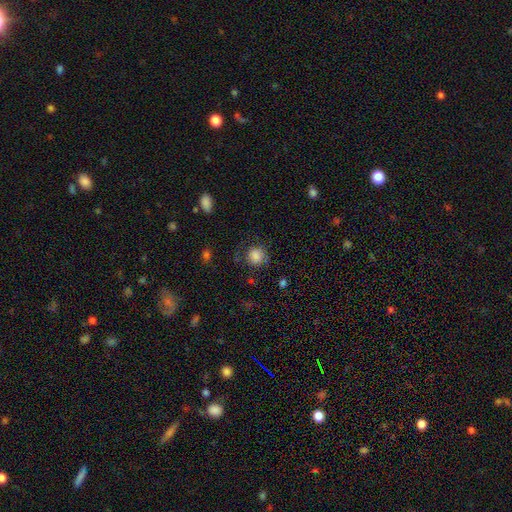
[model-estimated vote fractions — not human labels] smooth-or-featured: smooth: 80% | star or artifact: 10% | featured or disk: 9%
  how-rounded: round: 81% | in between: 18% | cigar-shaped: 1%
  merging: none: 67% | minor disturbance: 21% | major disturbance: 11% | merger: 2%